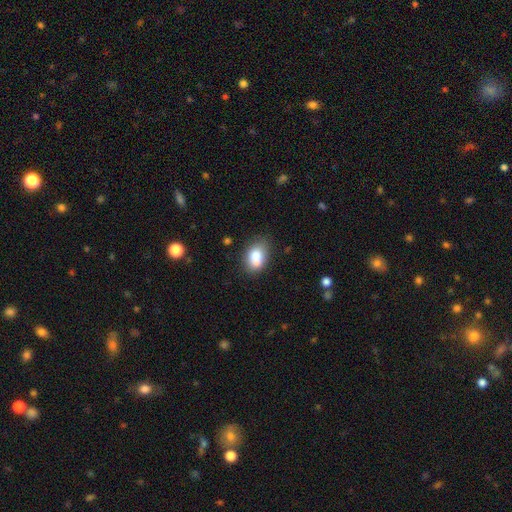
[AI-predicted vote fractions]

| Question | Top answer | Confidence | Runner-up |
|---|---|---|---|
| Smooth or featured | smooth | 77% | featured or disk (15%) |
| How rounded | in between | 81% | round (18%) |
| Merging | none | 50% | merger (25%) |